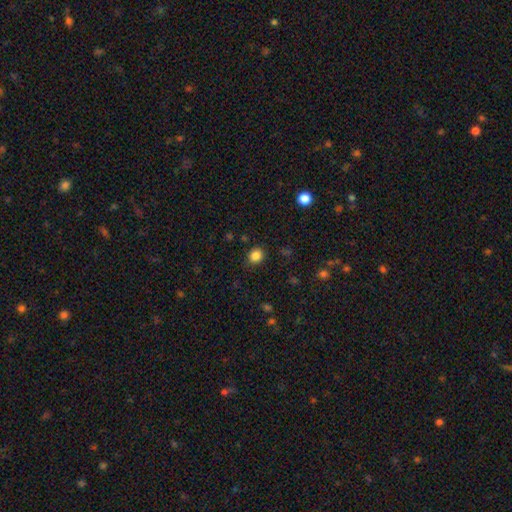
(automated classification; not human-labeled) A smooth galaxy with no disk features (85%) that is round (71%).

Vote fractions:
- Smooth or featured? smooth: 85% / star or artifact: 11% / featured or disk: 4%
- How rounded? round: 71% / in between: 28% / cigar-shaped: 1%
- Merging? none: 86% / minor disturbance: 10% / major disturbance: 3% / merger: 1%